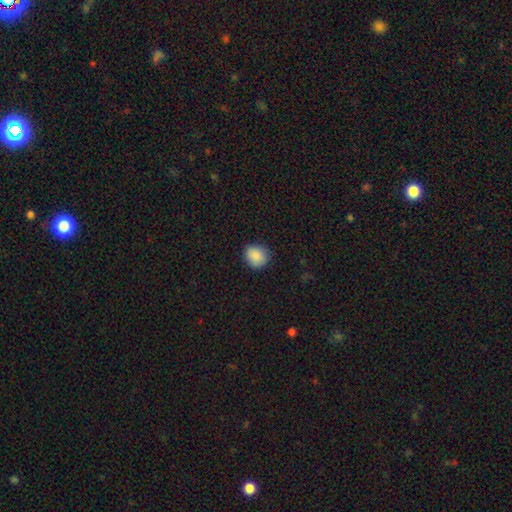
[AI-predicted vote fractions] A smooth galaxy with no disk features (88%) that is round (79%). Merging: none (86%).